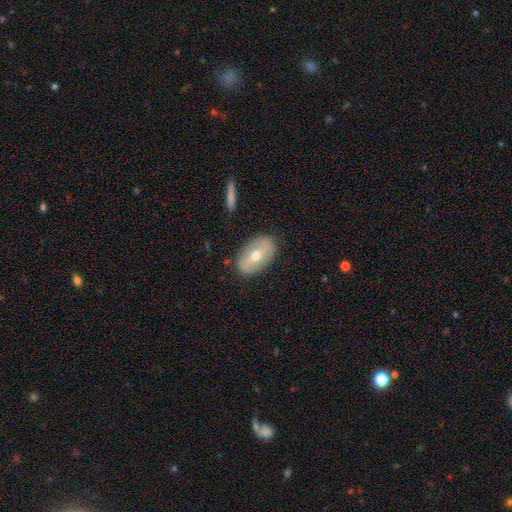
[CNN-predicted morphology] Smooth or featured?
  - featured or disk: 48% *
  - smooth: 46%
  - star or artifact: 6%
Merging?
  - none: 85% *
  - minor disturbance: 11%
  - major disturbance: 3%
  - merger: 2%